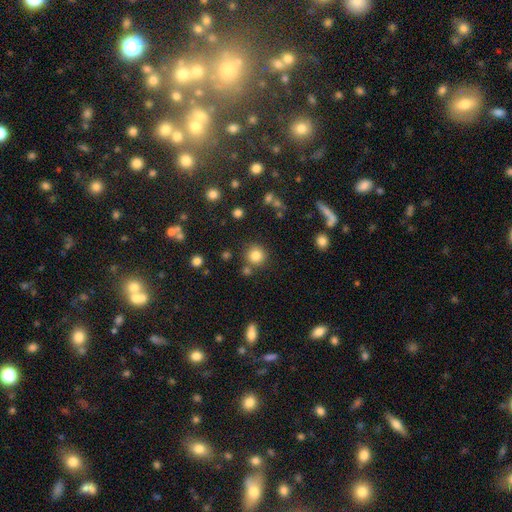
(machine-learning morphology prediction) Smooth or featured?
  - smooth: 82% *
  - star or artifact: 12%
  - featured or disk: 6%
How rounded?
  - round: 93% *
  - in between: 7%
  - cigar-shaped: 1%
Merging?
  - none: 79% *
  - merger: 9%
  - minor disturbance: 9%
  - major disturbance: 3%